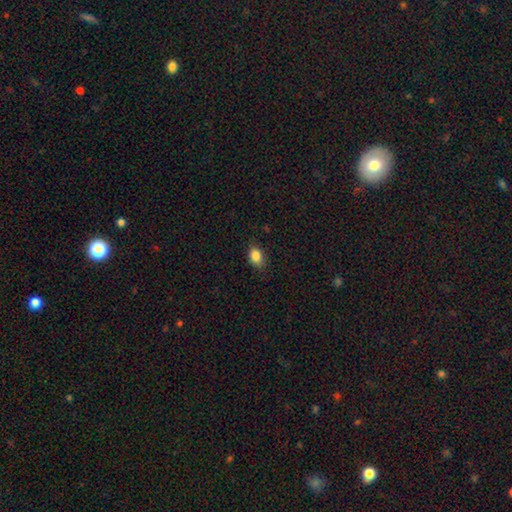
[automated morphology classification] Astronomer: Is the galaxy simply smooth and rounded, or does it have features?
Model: smooth — 86%.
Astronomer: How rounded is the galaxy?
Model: in between — 75%.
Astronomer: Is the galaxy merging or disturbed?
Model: none — 81%.